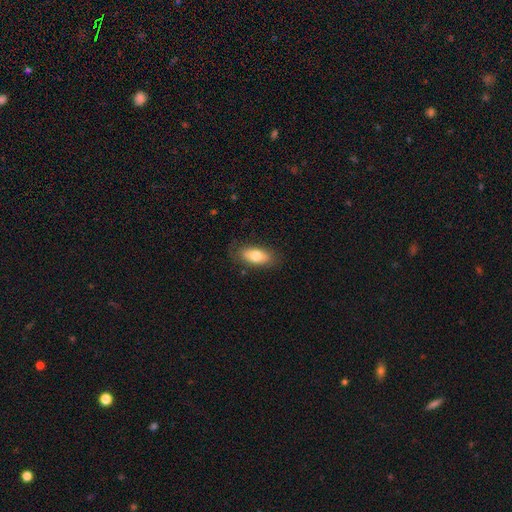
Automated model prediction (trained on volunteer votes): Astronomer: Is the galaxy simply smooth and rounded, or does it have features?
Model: smooth — 74%.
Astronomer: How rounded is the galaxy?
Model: in between — 88%.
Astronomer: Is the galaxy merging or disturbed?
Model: none — 81%.